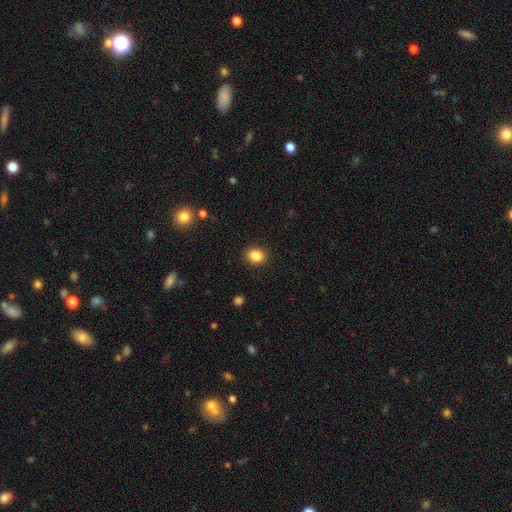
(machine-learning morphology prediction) Smooth or featured? smooth (86%)
How rounded? round (51%)
Merging? none (90%)